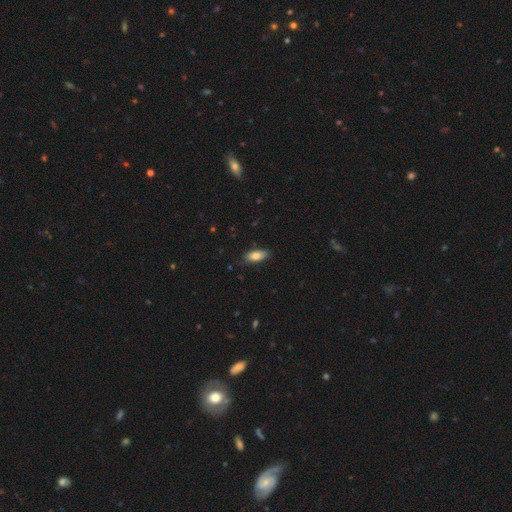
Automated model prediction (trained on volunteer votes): Smooth or featured? smooth (81%)
How rounded? in between (82%)
Merging? none (82%)